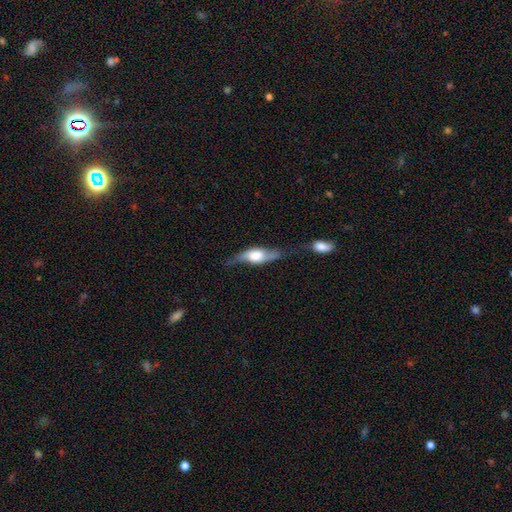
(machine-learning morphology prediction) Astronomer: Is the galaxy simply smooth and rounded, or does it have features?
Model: featured or disk — 64%.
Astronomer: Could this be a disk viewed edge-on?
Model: yes — 60% (runner-up: no, 40%).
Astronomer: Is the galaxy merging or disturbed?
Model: none — 46% (runner-up: minor disturbance, 26%).